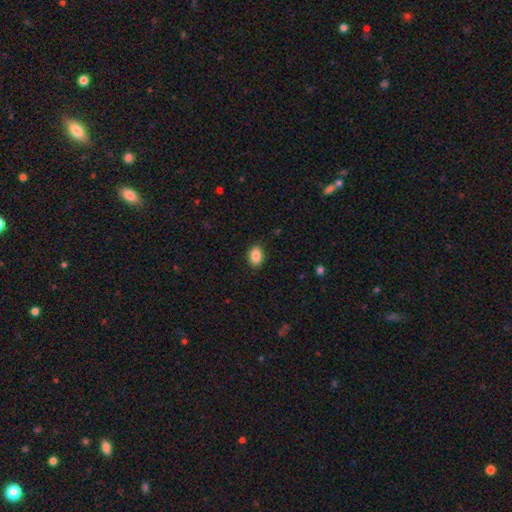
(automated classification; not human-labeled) Smooth or featured: smooth — 88% (star or artifact — 8%)
How rounded: in between — 85% (round — 14%)
Merging: none — 88% (minor disturbance — 9%)